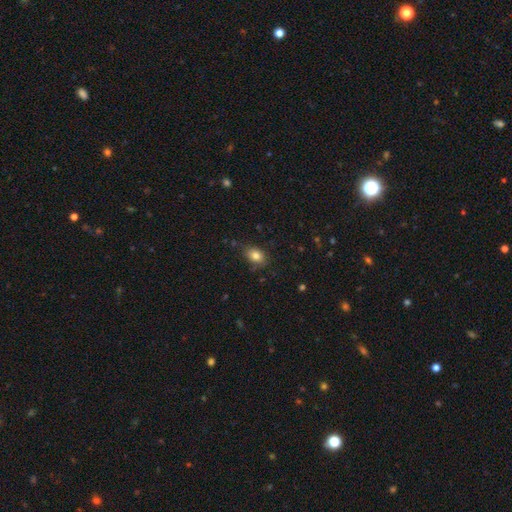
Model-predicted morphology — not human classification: A smooth galaxy with no disk features (82%) that is in between round and cigar-shaped (77%). Merging: none (77%).